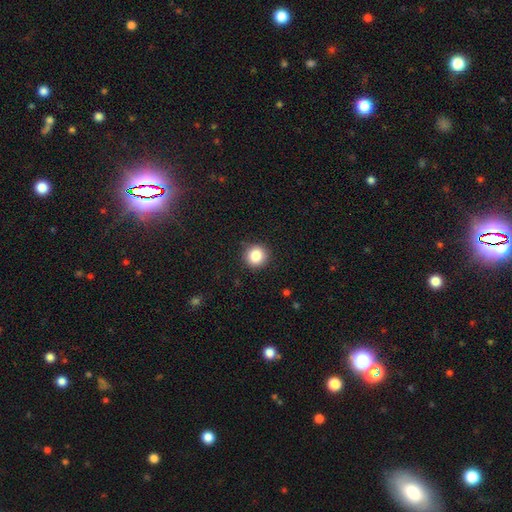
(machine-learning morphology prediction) Q: Smooth or featured?
A: smooth (86%); runner-up: star or artifact (10%)
Q: How rounded?
A: round (93%); runner-up: in between (6%)
Q: Merging?
A: none (90%); runner-up: minor disturbance (7%)